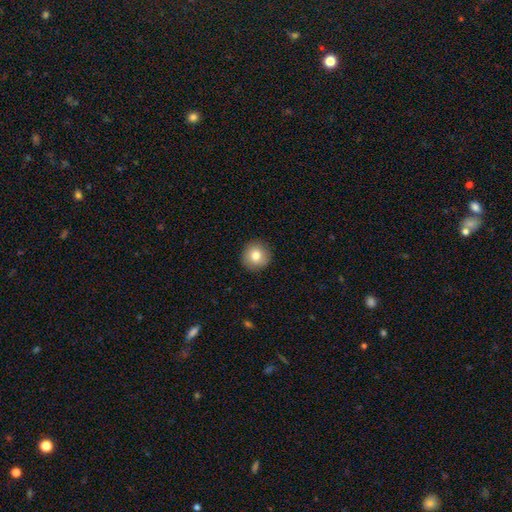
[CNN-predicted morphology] Overall: smooth (80%). How rounded: round (93%). Merging: none (90%).